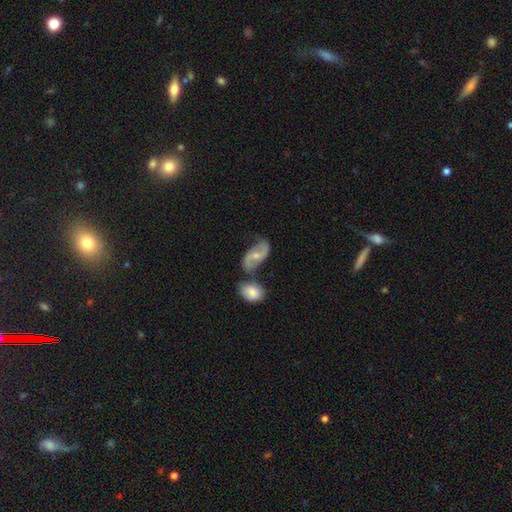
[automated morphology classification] A featured or disk galaxy (72%) with a weak bar (44%), 2 (90%) loose (51%) spiral arms (89%) and a small central bulge (48%). Merging: none (55%).